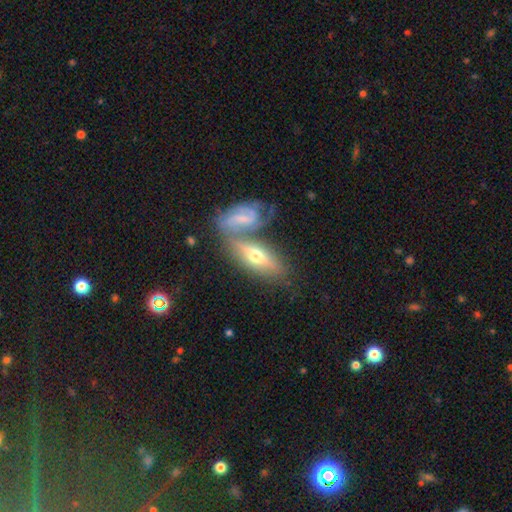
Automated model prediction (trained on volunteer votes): Smooth or featured?
  - featured or disk: 53% *
  - smooth: 41%
  - star or artifact: 6%
Edge-on disk?
  - no: 55% *
  - yes: 45%
Merging?
  - merger: 45% *
  - none: 36%
  - minor disturbance: 12%
  - major disturbance: 7%